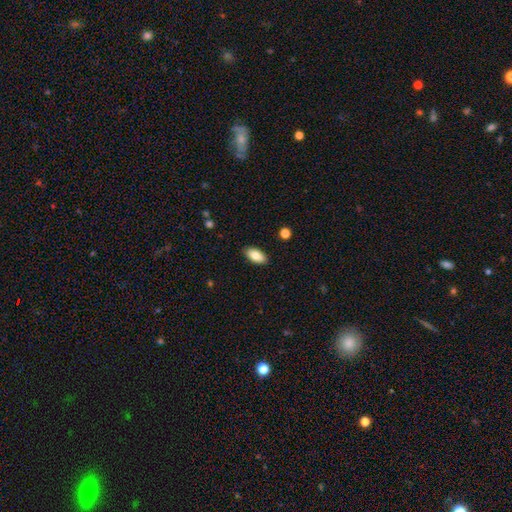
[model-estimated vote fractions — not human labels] smooth-or-featured: smooth: 83% | featured or disk: 10% | star or artifact: 7%
  how-rounded: in between: 92% | cigar-shaped: 5% | round: 3%
  merging: none: 88% | minor disturbance: 9% | major disturbance: 2% | merger: 1%